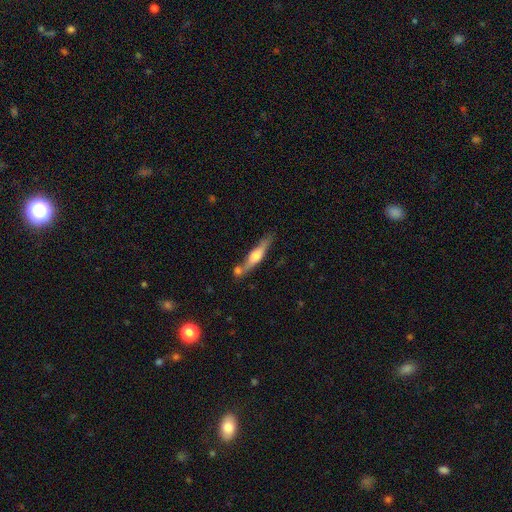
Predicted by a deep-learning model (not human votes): smooth-or-featured: featured or disk: 56% | smooth: 38% | star or artifact: 6%
  disk-edge-on: yes: 92% | no: 8%
    edge-on-bulge: rounded: 85% | boxy: 10% | none: 5%
  merging: none: 61% | merger: 20% | minor disturbance: 15% | major disturbance: 5%